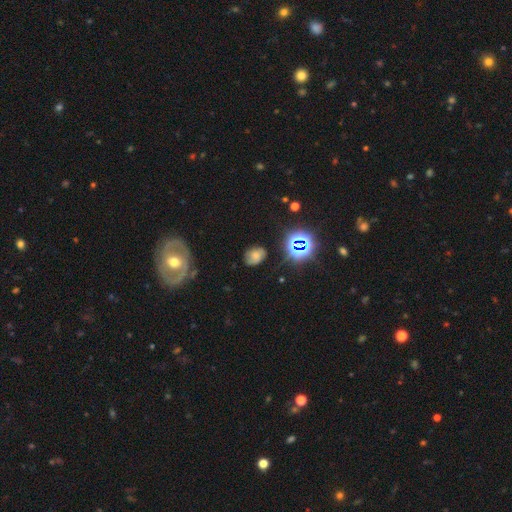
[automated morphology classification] Smooth or featured?
  - smooth: 52% *
  - featured or disk: 25%
  - star or artifact: 23%
How rounded?
  - in between: 68% *
  - round: 31%
  - cigar-shaped: 1%
Merging?
  - none: 67% *
  - minor disturbance: 23%
  - major disturbance: 8%
  - merger: 2%